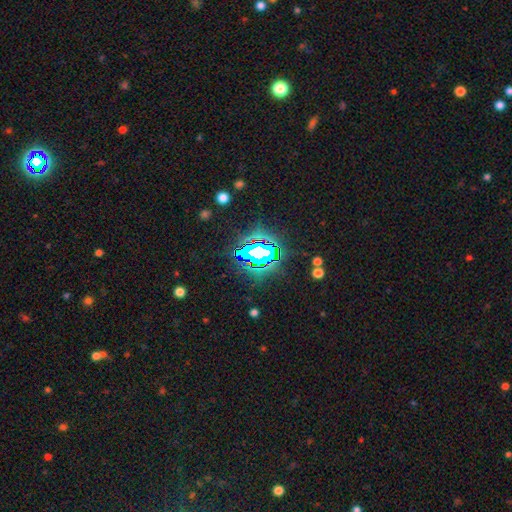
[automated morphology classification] smooth-or-featured: star or artifact: 74% | smooth: 15% | featured or disk: 11%